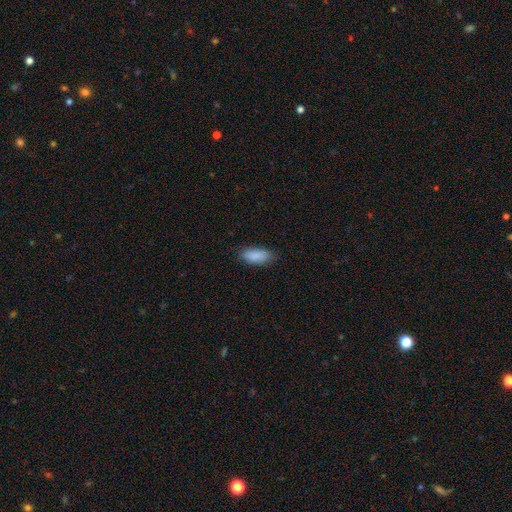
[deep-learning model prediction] Smooth or featured: smooth — 89% (star or artifact — 6%)
How rounded: in between — 85% (cigar-shaped — 13%)
Merging: none — 82% (minor disturbance — 14%)